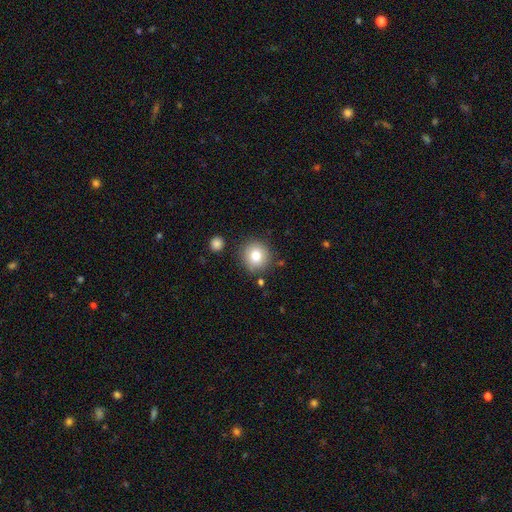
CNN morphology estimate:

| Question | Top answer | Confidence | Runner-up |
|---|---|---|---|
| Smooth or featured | smooth | 80% | star or artifact (10%) |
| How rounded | round | 89% | in between (10%) |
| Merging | none | 84% | minor disturbance (10%) |